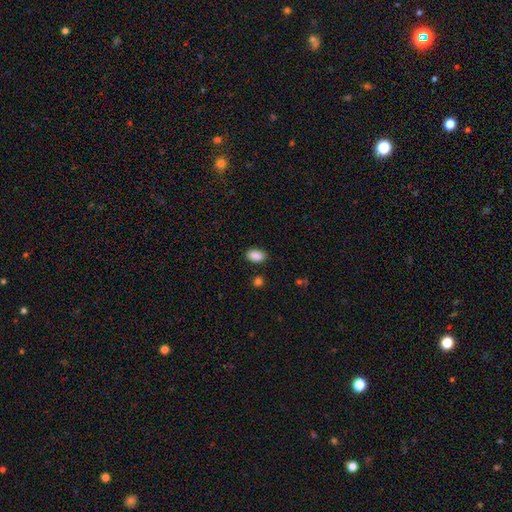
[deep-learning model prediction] The model was most divided on "merging": none: 84%, minor disturbance: 11%, major disturbance: 3%, merger: 2%. More confident: smooth or featured — smooth (89%); how rounded — in between (88%).